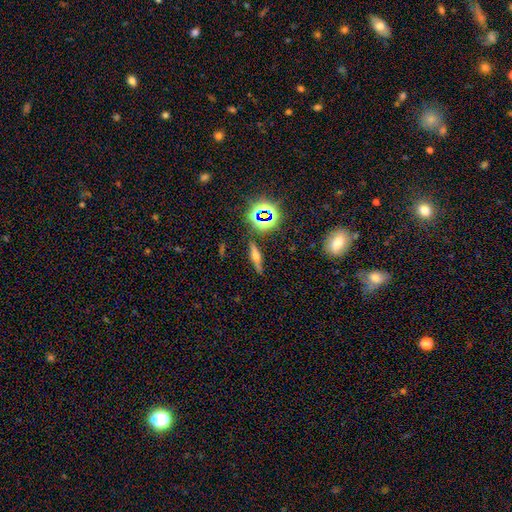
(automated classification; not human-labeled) smooth_or_featured: featured or disk (p=0.42) [alt: smooth p=0.37]
merging: none (p=0.82) [alt: minor disturbance p=0.12]